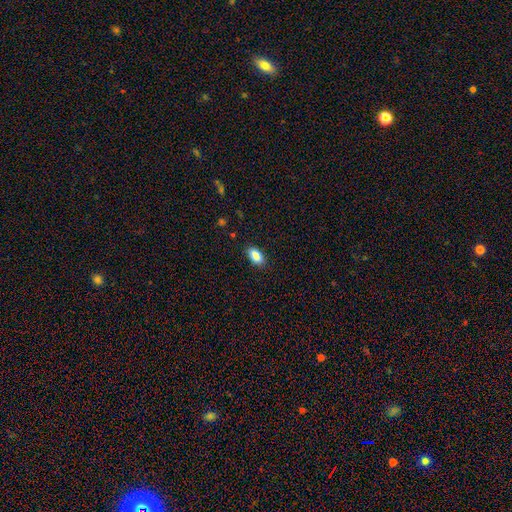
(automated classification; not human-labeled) smooth_or_featured: smooth (p=0.88) [alt: star or artifact p=0.07]
how_rounded: in between (p=0.93) [alt: round p=0.05]
merging: none (p=0.86) [alt: minor disturbance p=0.11]